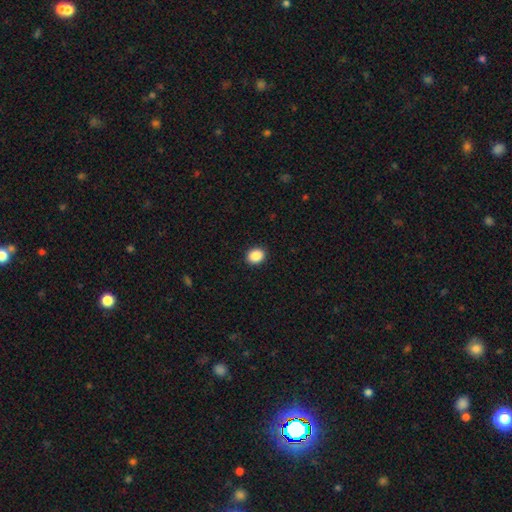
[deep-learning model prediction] Smooth or featured? Predicted: smooth (p=0.89). How rounded? Predicted: round (p=0.58). Merging? Predicted: none (p=0.92).